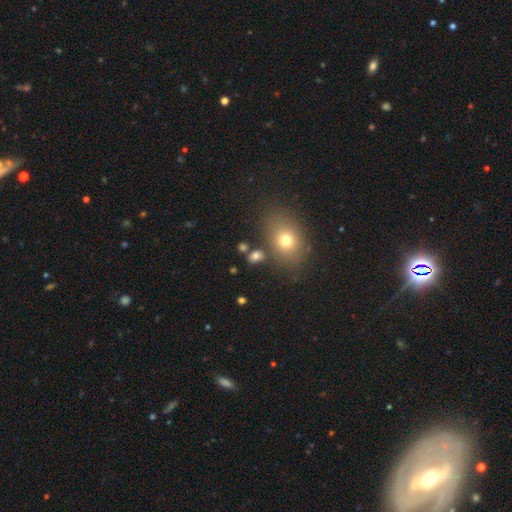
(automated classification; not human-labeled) Overall: smooth (74%). How rounded: in between (65%; round 33%). Merging: none (71%).